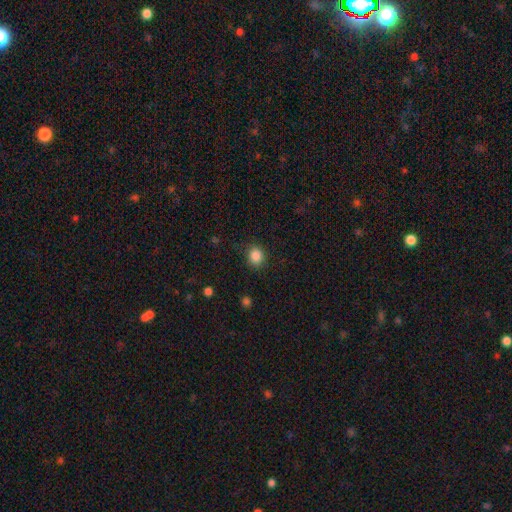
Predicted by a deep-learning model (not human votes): Smooth or featured?
  - smooth: 86% *
  - star or artifact: 10%
  - featured or disk: 4%
How rounded?
  - round: 77% *
  - in between: 22%
  - cigar-shaped: 1%
Merging?
  - none: 85% *
  - minor disturbance: 11%
  - major disturbance: 3%
  - merger: 1%